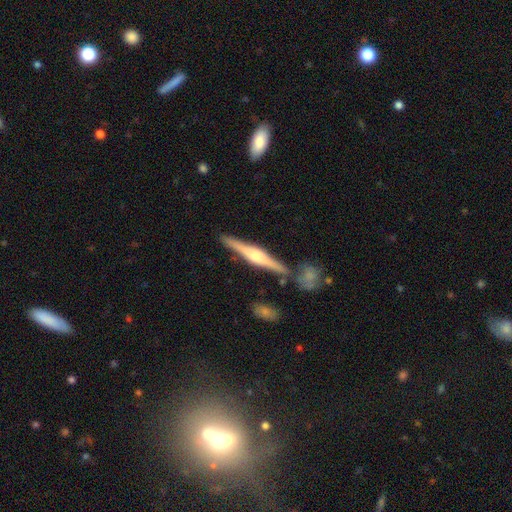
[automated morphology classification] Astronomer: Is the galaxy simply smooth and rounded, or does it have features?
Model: featured or disk — 75%.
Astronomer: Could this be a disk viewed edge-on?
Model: yes — 98%.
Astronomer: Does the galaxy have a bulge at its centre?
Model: rounded — 86%.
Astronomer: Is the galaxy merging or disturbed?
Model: none — 84%.